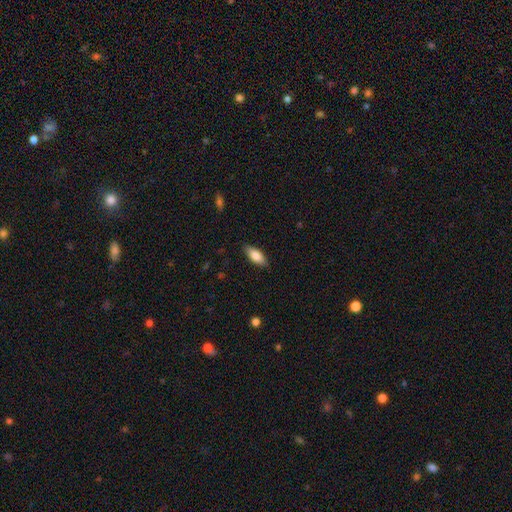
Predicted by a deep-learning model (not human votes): Smooth or featured? smooth (80%)
How rounded? in between (81%)
Merging? none (86%)